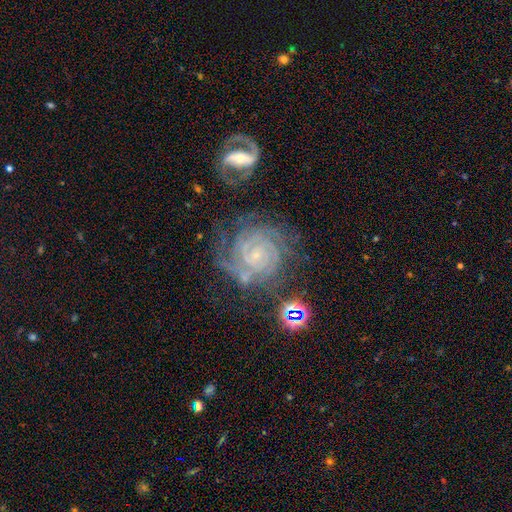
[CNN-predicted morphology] Smooth or featured?
  - featured or disk: 87% *
  - star or artifact: 8%
  - smooth: 5%
Edge-on disk?
  - no: 97% *
  - yes: 3%
Bar?
  - no: 59% *
  - weak: 28%
  - strong: 13%
Spiral arms?
  - yes: 98% *
  - no: 2%
Spiral winding?
  - tight: 78% *
  - medium: 19%
  - loose: 3%
Spiral arm count?
  - 2: 29% *
  - 3: 25%
  - can't tell: 17%
  - 4: 16%
  - more than 4: 7%
  - 1: 6%
Bulge size?
  - small: 80% *
  - moderate: 12%
  - none: 6%
  - large: 1%
  - dominant: 1%
Merging?
  - none: 58% *
  - minor disturbance: 20%
  - merger: 11%
  - major disturbance: 11%